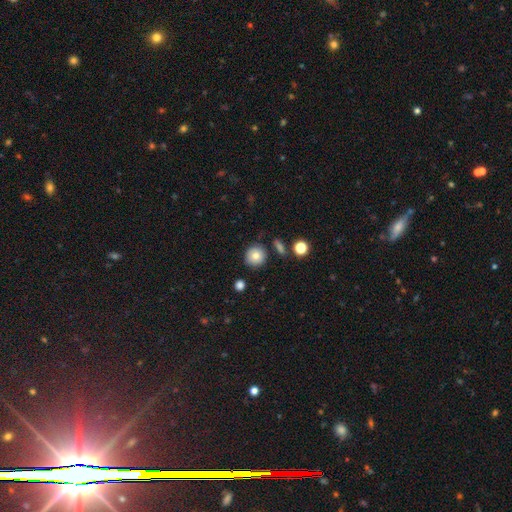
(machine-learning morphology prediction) Smooth or featured? smooth (78%)
How rounded? round (93%)
Merging? none (85%)